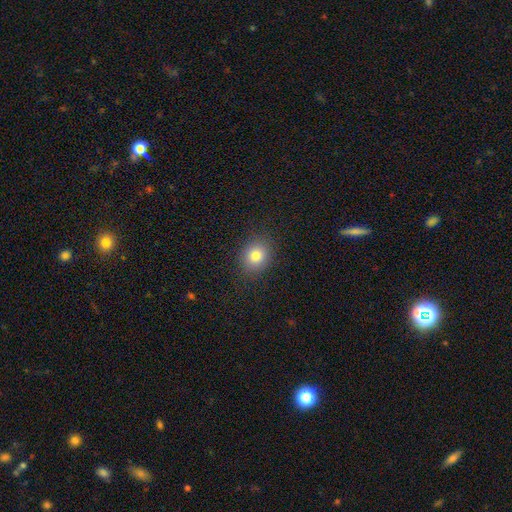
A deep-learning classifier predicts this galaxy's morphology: Smooth or featured? smooth (81%)
How rounded? round (66%)
Merging? none (88%)